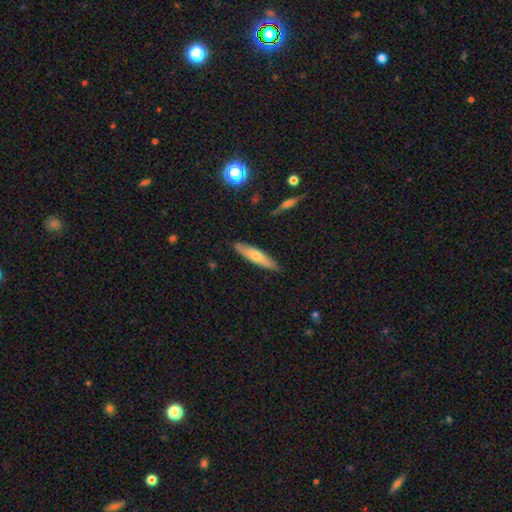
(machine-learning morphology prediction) type=smooth (56%); roundness=cigar-shaped (80%); merging=none (86%).